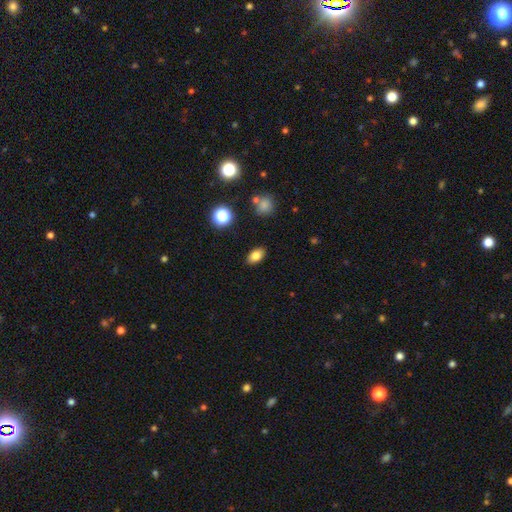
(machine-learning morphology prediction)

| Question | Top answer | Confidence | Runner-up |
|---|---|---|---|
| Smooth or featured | smooth | 80% | star or artifact (11%) |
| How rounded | in between | 88% | round (10%) |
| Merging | none | 88% | minor disturbance (8%) |